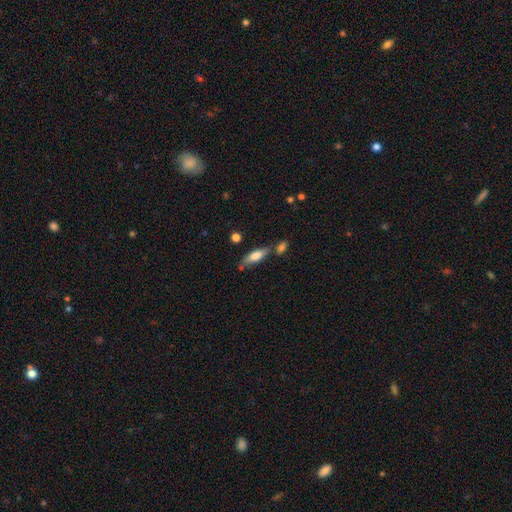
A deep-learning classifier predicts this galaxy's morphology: Smooth or featured: smooth — 70% (featured or disk — 23%)
How rounded: in between — 51% (cigar-shaped — 47%)
Merging: none — 62% (merger — 18%)